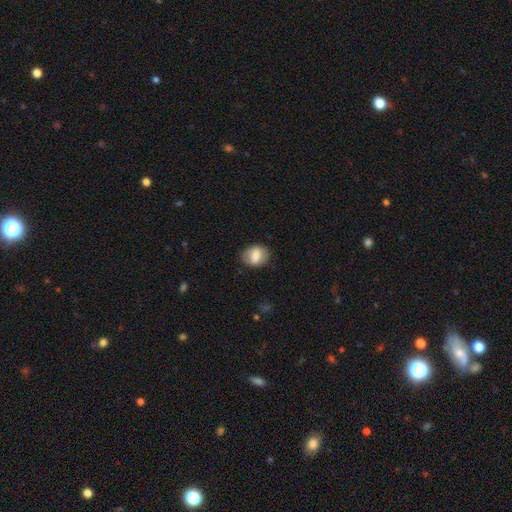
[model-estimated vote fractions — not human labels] Overall: smooth (76%). How rounded: in between (59%; round 39%). Merging: none (77%).